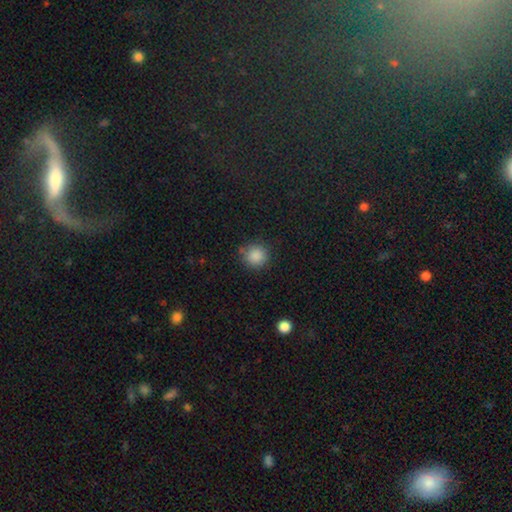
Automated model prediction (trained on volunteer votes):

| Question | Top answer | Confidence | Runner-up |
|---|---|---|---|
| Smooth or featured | smooth | 87% | star or artifact (10%) |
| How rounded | round | 92% | in between (7%) |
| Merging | none | 82% | minor disturbance (12%) |